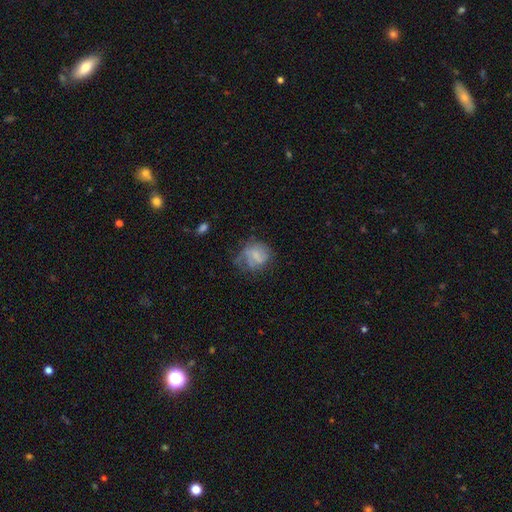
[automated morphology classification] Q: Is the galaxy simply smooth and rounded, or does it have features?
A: smooth — 50%.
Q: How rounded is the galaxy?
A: round — 63%.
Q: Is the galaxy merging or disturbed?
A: none — 39%.